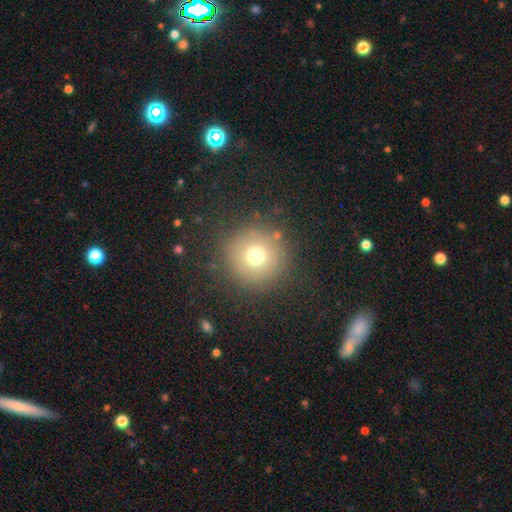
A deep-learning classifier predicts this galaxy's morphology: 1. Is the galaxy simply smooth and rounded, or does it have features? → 71% smooth, 17% star or artifact, 12% featured or disk.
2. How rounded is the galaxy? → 96% round, 3% in between, 1% cigar-shaped.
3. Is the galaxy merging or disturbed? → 86% none, 8% minor disturbance, 5% major disturbance, 2% merger.